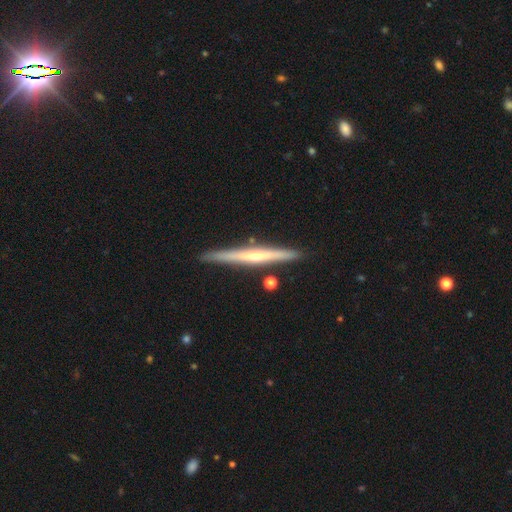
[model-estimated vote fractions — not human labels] Smooth or featured: featured or disk — 66% (smooth — 29%)
Edge-on disk: yes — 97% (no — 3%)
Edge-on bulge: none — 47% (rounded — 45%)
Merging: none — 87% (minor disturbance — 9%)